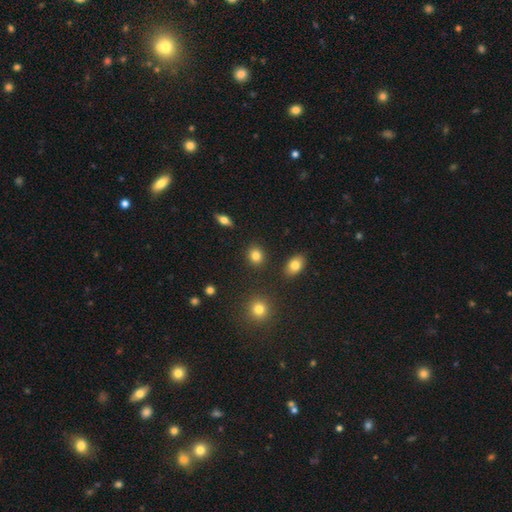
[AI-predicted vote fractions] Morphology: type=smooth (84%); roundness=round (72%); merging=none (89%).